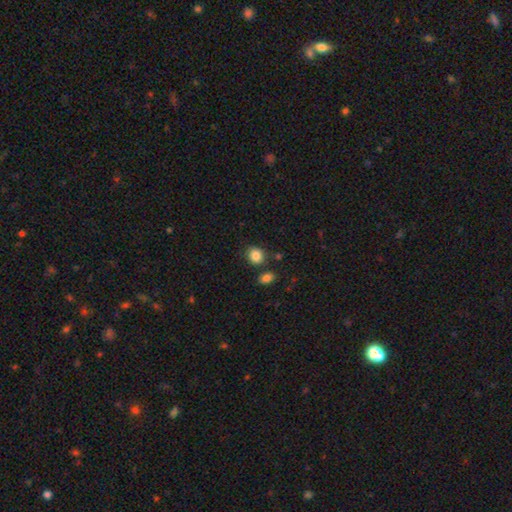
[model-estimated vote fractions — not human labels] This is clearly a smooth galaxy (86%). How rounded: likely round (70%). Merging: likely none (77%).